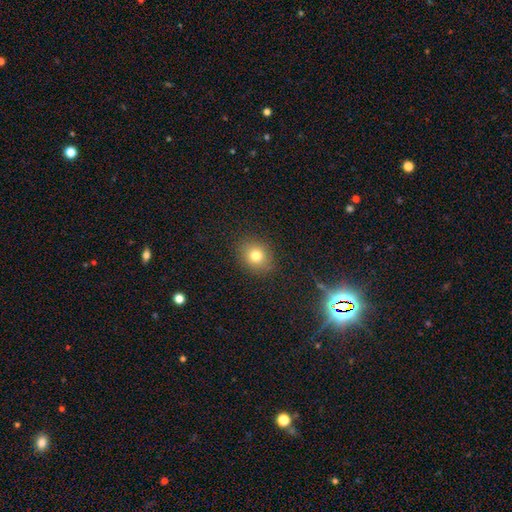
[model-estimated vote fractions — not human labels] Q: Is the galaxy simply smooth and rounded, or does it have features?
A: smooth — 77%.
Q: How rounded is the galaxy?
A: round — 67%.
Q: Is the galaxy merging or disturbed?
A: none — 88%.